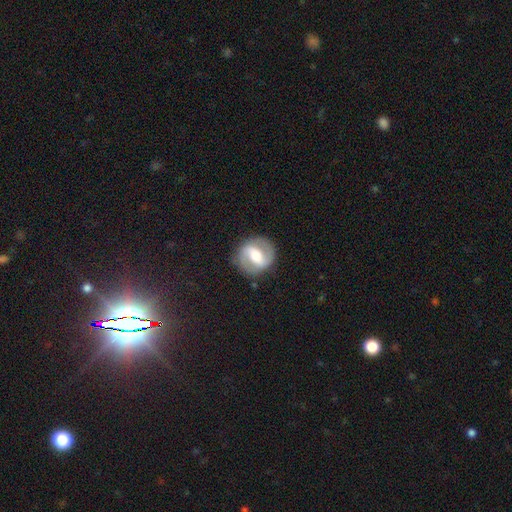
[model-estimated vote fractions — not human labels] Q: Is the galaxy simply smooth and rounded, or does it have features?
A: featured or disk — 74%.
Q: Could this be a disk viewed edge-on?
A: no — 96%.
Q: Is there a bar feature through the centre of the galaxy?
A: strong — 49%.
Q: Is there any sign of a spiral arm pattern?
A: yes — 78%.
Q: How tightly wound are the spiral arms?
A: medium — 48%.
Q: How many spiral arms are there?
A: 2 — 89%.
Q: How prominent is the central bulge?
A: moderate — 67%.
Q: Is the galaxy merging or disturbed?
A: none — 86%.